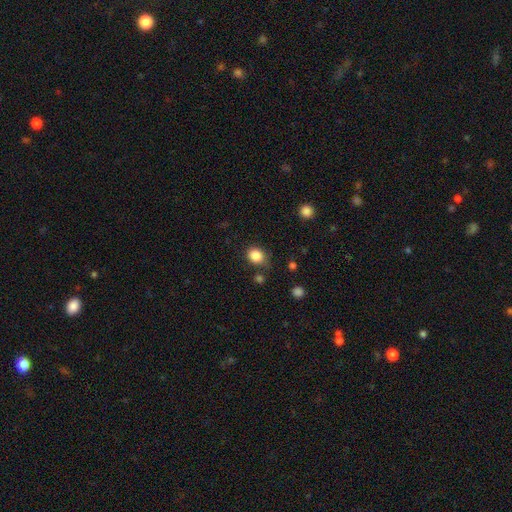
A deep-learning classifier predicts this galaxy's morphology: smooth_or_featured: smooth (p=0.85) [alt: star or artifact p=0.10]
how_rounded: round (p=0.62) [alt: in between p=0.37]
merging: none (p=0.71) [alt: minor disturbance p=0.19]